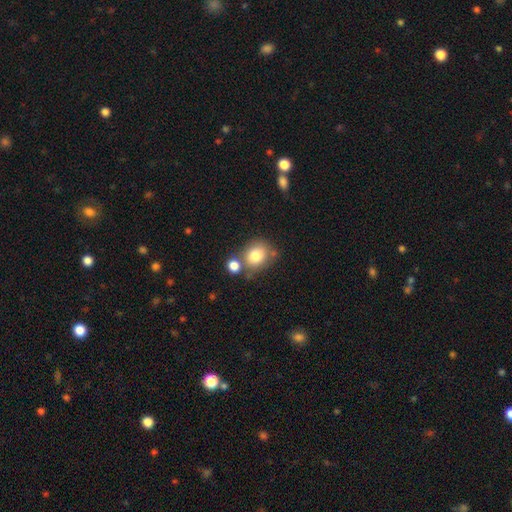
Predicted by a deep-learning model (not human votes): A smooth galaxy with no disk features (80%) that is round (67%).

Vote fractions:
- Smooth or featured? smooth: 80% / featured or disk: 10% / star or artifact: 10%
- How rounded? round: 67% / in between: 32% / cigar-shaped: 1%
- Merging? none: 57% / merger: 23% / minor disturbance: 15% / major disturbance: 5%